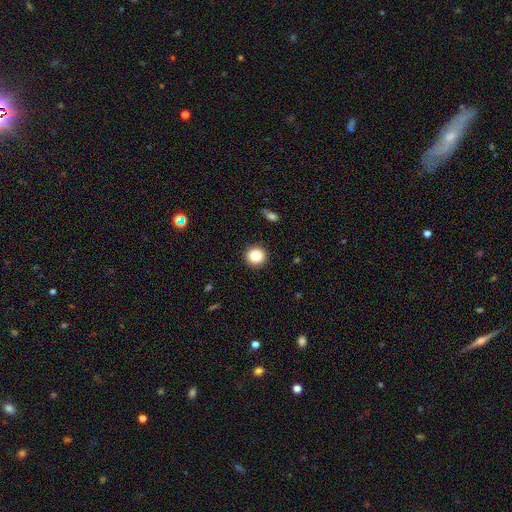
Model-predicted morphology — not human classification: This appears to be a smooth galaxy with no disk features (83%) that is round (95%). Merging: none (92%).